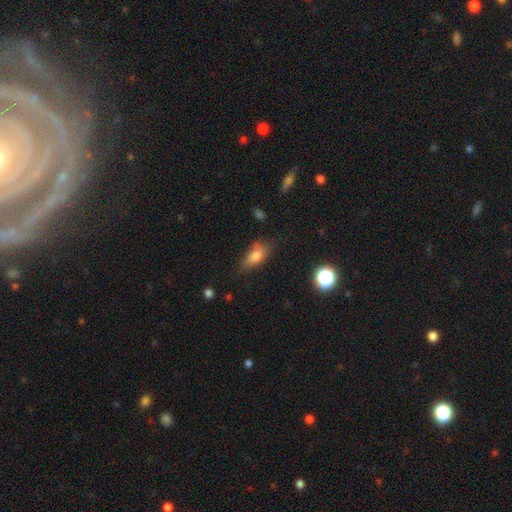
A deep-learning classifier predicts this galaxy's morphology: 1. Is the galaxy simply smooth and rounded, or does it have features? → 78% smooth, 12% featured or disk, 10% star or artifact.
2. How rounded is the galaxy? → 82% in between, 13% cigar-shaped, 6% round.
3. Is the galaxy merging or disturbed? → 60% none, 28% minor disturbance, 9% major disturbance, 3% merger.